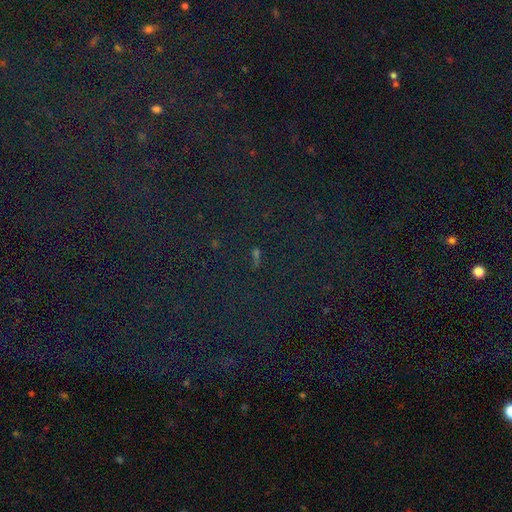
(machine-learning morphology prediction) smooth-or-featured: star or artifact: 72% | smooth: 17% | featured or disk: 10%